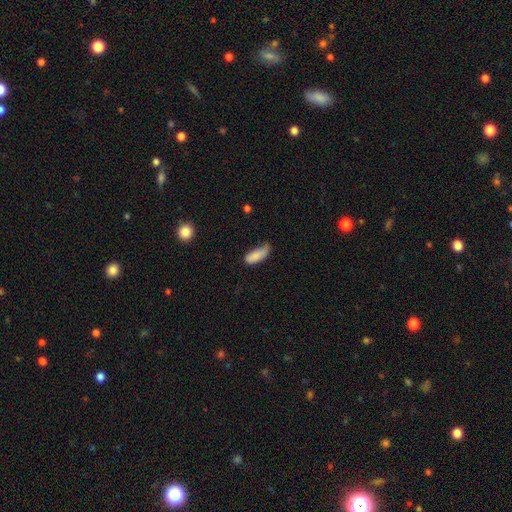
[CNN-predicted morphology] Smooth or featured?
  - smooth: 85% *
  - featured or disk: 8%
  - star or artifact: 7%
How rounded?
  - in between: 76% *
  - cigar-shaped: 22%
  - round: 2%
Merging?
  - minor disturbance: 42% * (tied)
  - none: 42% * (tied)
  - major disturbance: 13%
  - merger: 3%